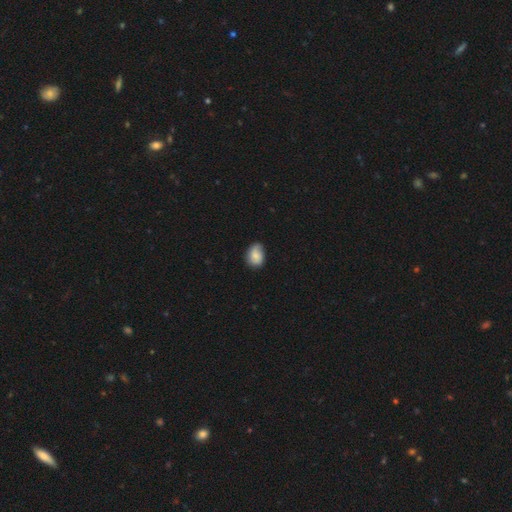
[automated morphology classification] Smooth or featured: smooth — 76% (featured or disk — 16%)
How rounded: in between — 64% (round — 35%)
Merging: none — 66% (minor disturbance — 28%)